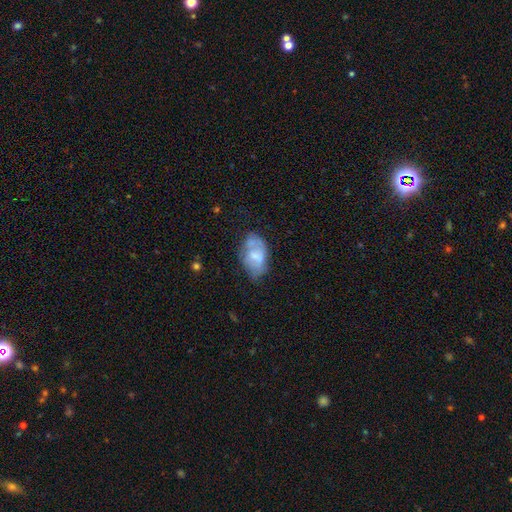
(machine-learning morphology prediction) Smooth or featured?
  - smooth: 47% *
  - featured or disk: 46%
  - star or artifact: 8%
Merging?
  - none: 42% *
  - minor disturbance: 31%
  - major disturbance: 16%
  - merger: 11%